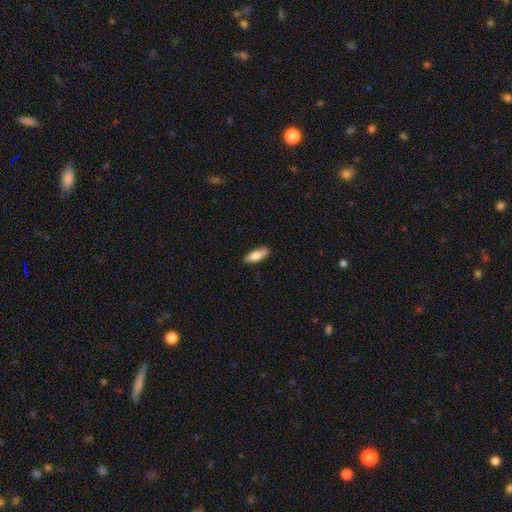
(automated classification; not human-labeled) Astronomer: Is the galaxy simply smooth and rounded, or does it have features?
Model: smooth — 79%.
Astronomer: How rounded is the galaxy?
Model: in between — 68%.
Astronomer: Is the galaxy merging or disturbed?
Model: none — 83%.